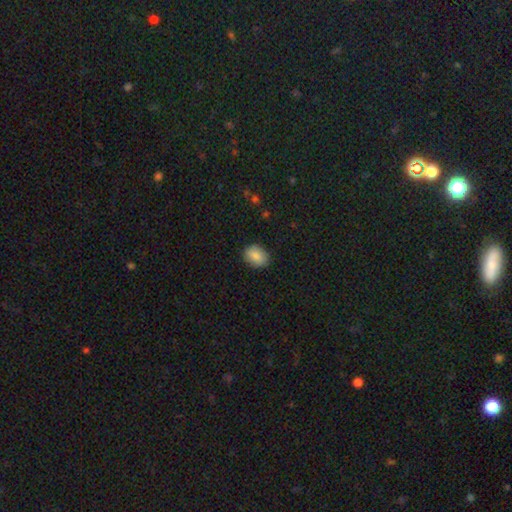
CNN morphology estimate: Q: Smooth or featured?
A: smooth (88%); runner-up: star or artifact (7%)
Q: How rounded?
A: in between (66%); runner-up: round (33%)
Q: Merging?
A: none (85%); runner-up: minor disturbance (11%)